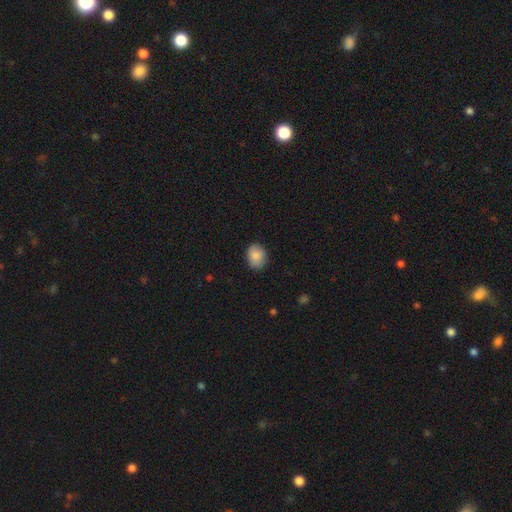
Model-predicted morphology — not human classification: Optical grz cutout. It shows a smooth galaxy with no disk features (87%) that is in between round and cigar-shaped (55%). Merging: none (84%).